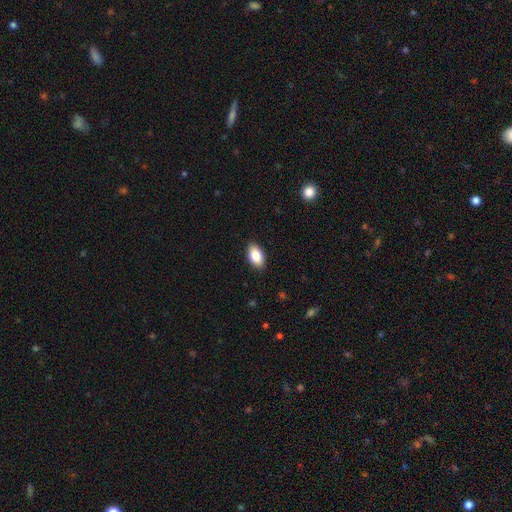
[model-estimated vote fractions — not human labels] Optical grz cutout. It shows a smooth galaxy with no disk features (87%) that is in between round and cigar-shaped (93%). Merging: none (89%).